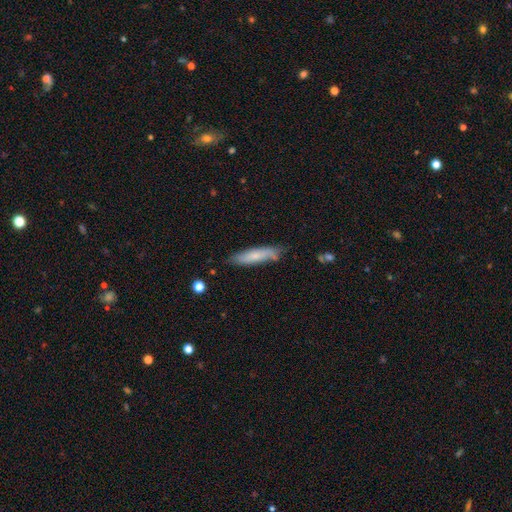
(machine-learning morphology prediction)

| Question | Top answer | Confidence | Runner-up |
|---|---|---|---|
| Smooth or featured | smooth | 68% | featured or disk (26%) |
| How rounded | cigar-shaped | 79% | in between (20%) |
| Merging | none | 76% | minor disturbance (19%) |